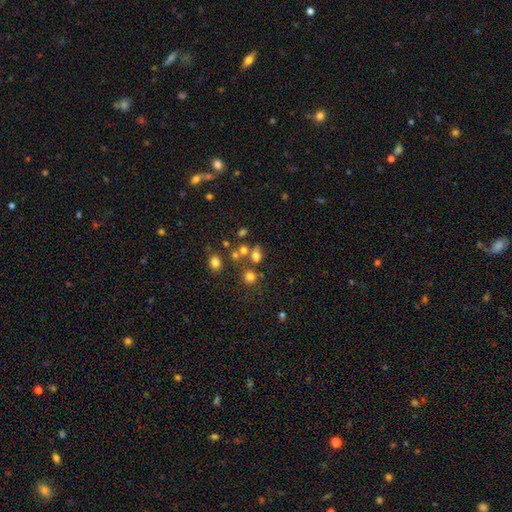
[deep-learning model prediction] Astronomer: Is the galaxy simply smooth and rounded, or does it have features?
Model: smooth — 67%.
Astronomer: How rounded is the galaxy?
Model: round — 51% (runner-up: in between, 46%).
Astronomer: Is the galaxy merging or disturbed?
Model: none — 48% (runner-up: merger, 29%).